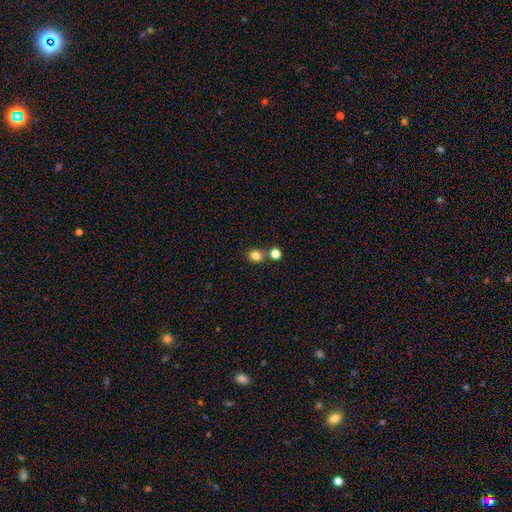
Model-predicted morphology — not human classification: smooth_or_featured: smooth (p=0.82) [alt: star or artifact p=0.13]
how_rounded: round (p=0.83) [alt: in between p=0.16]
merging: none (p=0.64) [alt: merger p=0.24]